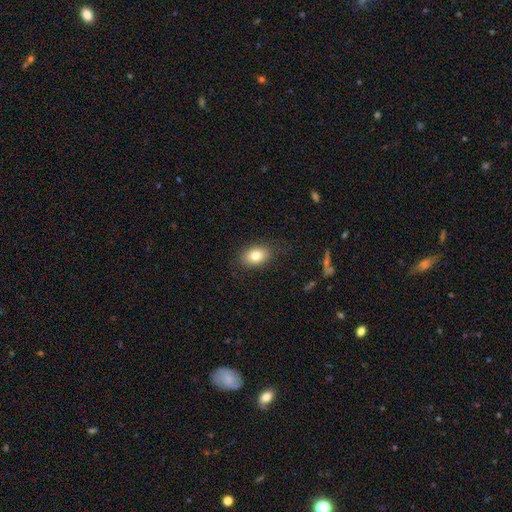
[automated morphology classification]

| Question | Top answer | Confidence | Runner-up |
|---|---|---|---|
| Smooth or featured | smooth | 80% | featured or disk (11%) |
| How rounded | in between | 84% | round (14%) |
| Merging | none | 84% | minor disturbance (12%) |